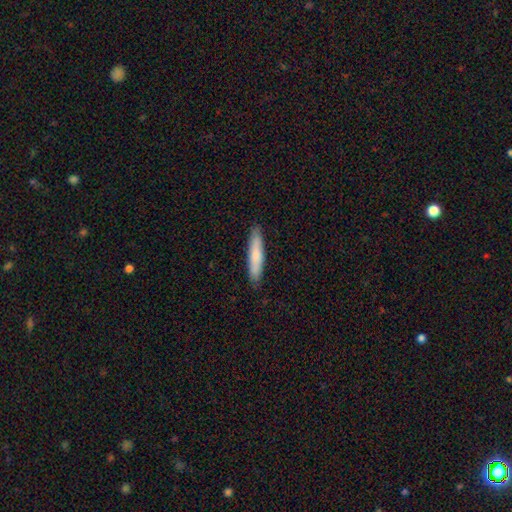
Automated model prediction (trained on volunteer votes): A smooth galaxy with no disk features (75%) that is cigar-shaped (87%). Merging: none (89%).